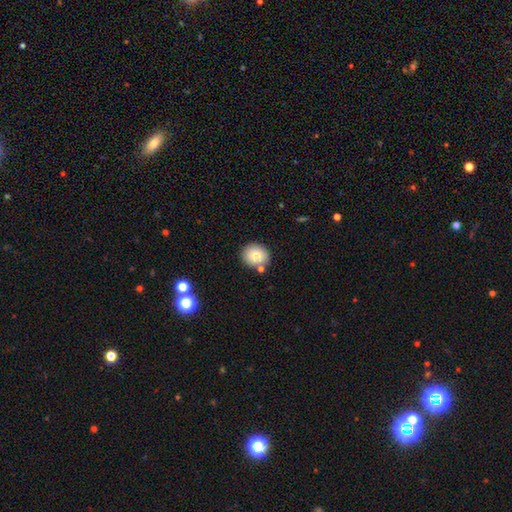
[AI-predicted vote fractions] smooth 81%, featured or disk 10%, star or artifact 9%. Down the decision tree: how rounded — round (75%); merging — none (78%).